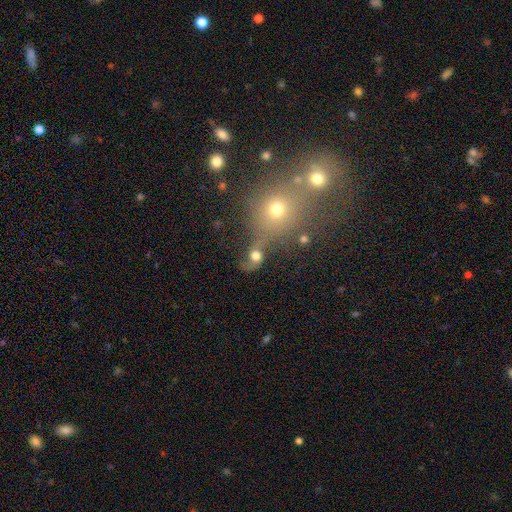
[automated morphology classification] A smooth galaxy with no disk features (56%) that is round (65%).

Vote fractions:
- Smooth or featured? smooth: 56% / featured or disk: 29% / star or artifact: 15%
- How rounded? round: 65% / in between: 33% / cigar-shaped: 3%
- Merging? merger: 42% / none: 30% / major disturbance: 15% / minor disturbance: 12%